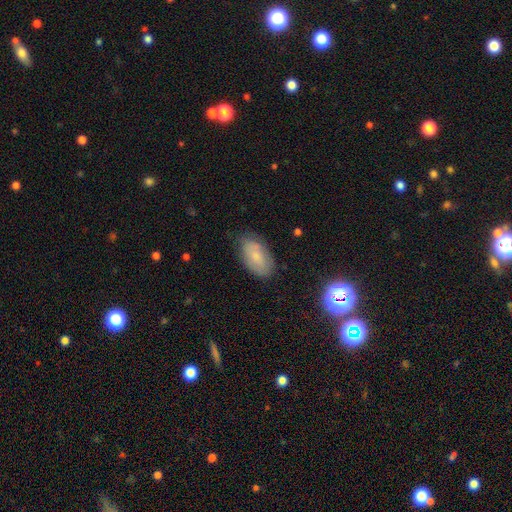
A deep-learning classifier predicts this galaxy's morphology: Smooth or featured? Predicted: smooth (p=0.69). How rounded? Predicted: in between (p=0.93). Merging? Predicted: none (p=0.77).